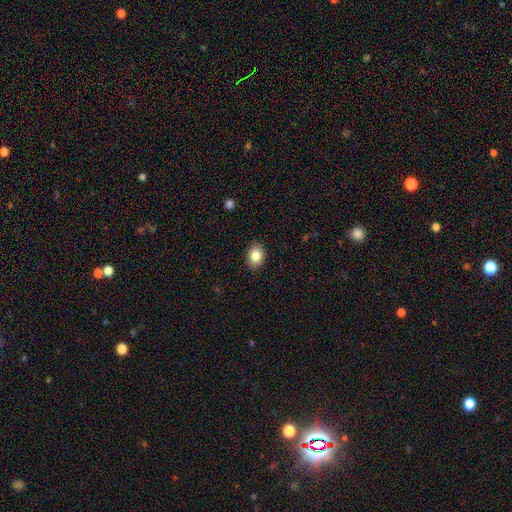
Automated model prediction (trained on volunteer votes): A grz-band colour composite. It shows a smooth galaxy with no disk features (84%) that is in between round and cigar-shaped (68%). Merging: none (88%).